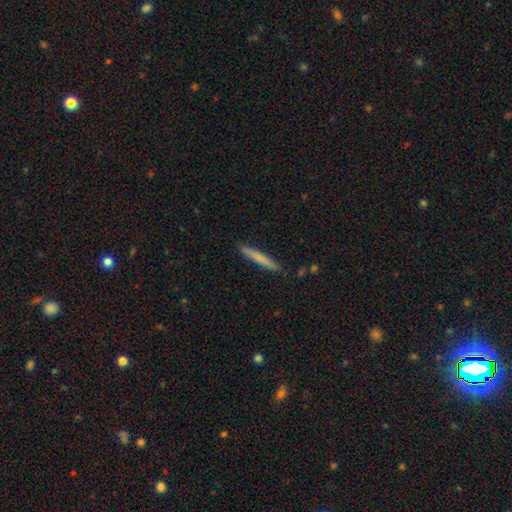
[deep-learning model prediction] Q: Smooth or featured?
A: smooth (72%); runner-up: featured or disk (22%)
Q: How rounded?
A: cigar-shaped (96%); runner-up: in between (2%)
Q: Merging?
A: none (91%); runner-up: minor disturbance (6%)